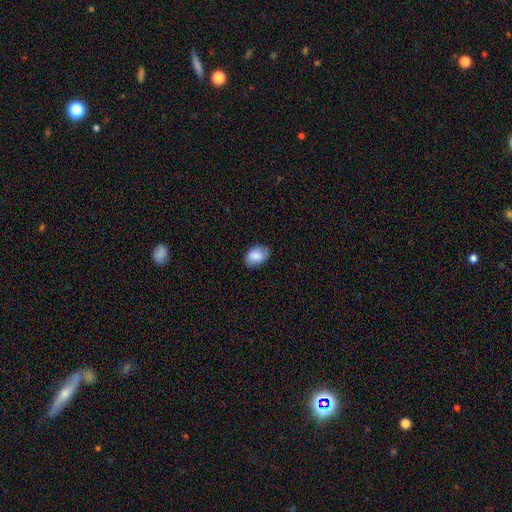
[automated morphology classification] type=smooth (85%); roundness=in between (87%); merging=none (82%).